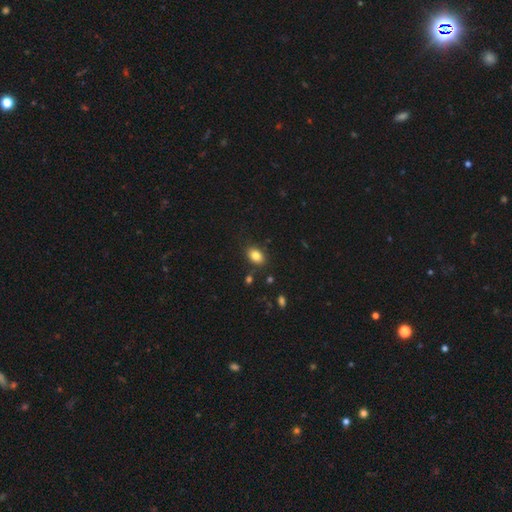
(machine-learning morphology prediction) A smooth galaxy with no disk features (83%) that is in between round and cigar-shaped (82%). Merging: none (83%).